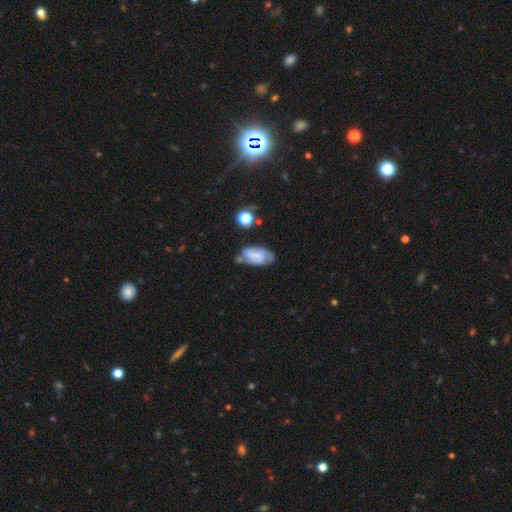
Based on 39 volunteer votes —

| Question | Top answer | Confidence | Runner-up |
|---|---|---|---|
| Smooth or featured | featured or disk | 74% | smooth (18%) |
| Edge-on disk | no | 93% | yes (7%) |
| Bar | no | 67% | weak (26%) |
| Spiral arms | yes | 93% | no (7%) |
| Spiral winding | medium | 48% | tight (44%) |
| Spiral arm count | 3 | 48% | can't tell (32%) |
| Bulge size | none | 59% | small (22%) |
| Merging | none | 50% | minor disturbance (42%) |